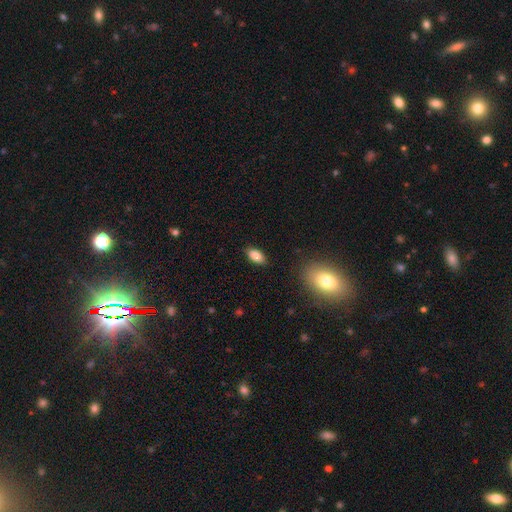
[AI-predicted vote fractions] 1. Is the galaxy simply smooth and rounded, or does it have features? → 87% smooth, 8% star or artifact, 5% featured or disk.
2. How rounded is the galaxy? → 91% in between, 4% cigar-shaped, 4% round.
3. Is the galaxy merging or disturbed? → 87% none, 10% minor disturbance, 2% major disturbance, 1% merger.